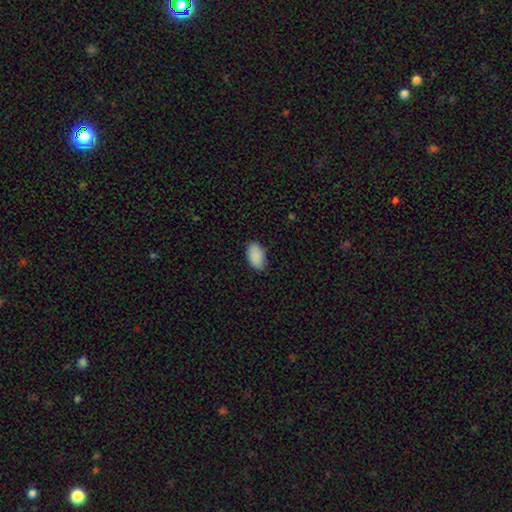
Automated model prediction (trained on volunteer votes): Overall: smooth (91%). How rounded: in between (94%). Merging: none (86%).